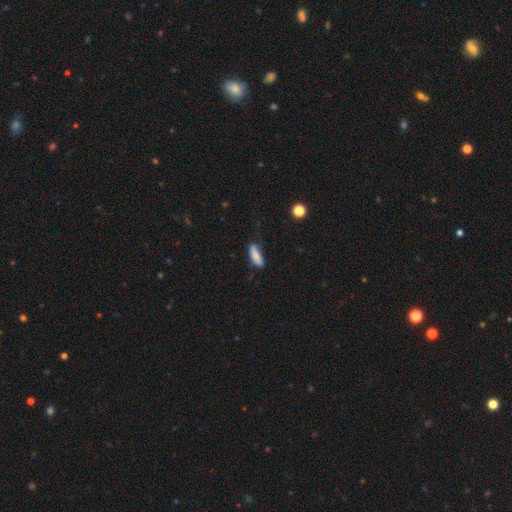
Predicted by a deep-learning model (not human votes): Overall: smooth (83%). How rounded: in between (52%; cigar-shaped 46%). Merging: none (63%; minor disturbance 28%).